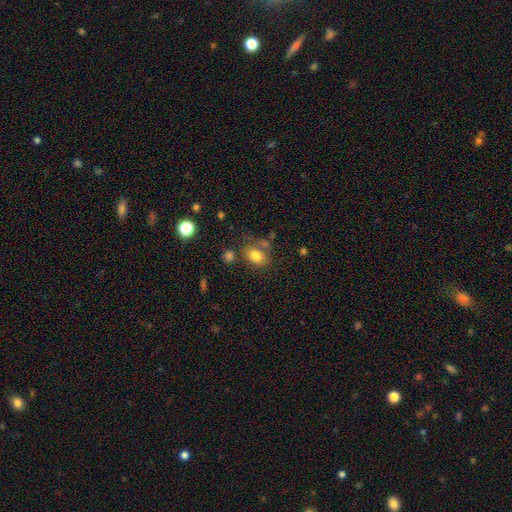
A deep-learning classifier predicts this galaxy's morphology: smooth-or-featured: smooth: 79% | star or artifact: 11% | featured or disk: 10%
  how-rounded: in between: 69% | round: 30% | cigar-shaped: 1%
  merging: none: 62% | minor disturbance: 17% | merger: 13% | major disturbance: 7%